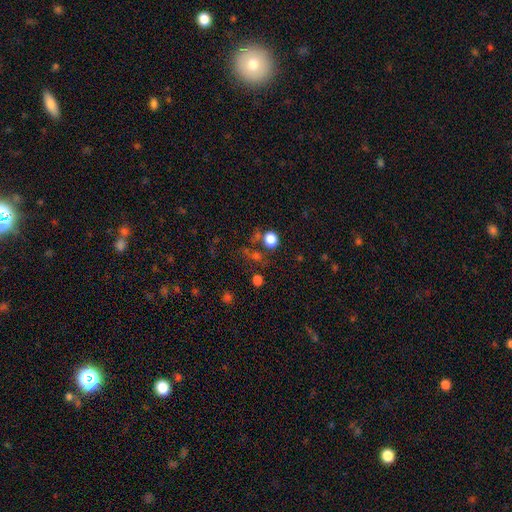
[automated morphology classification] The model was most divided on "smooth or featured": star or artifact: 48%, smooth: 42%, featured or disk: 10%.